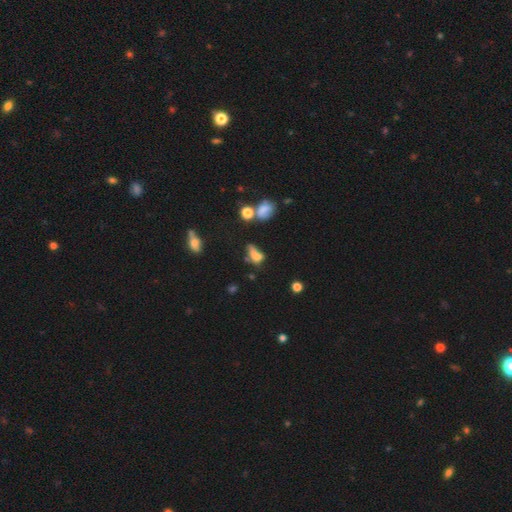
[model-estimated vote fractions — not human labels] Smooth or featured? smooth (61%)
How rounded? in between (69%)
Merging? merger (28%, tied with none)